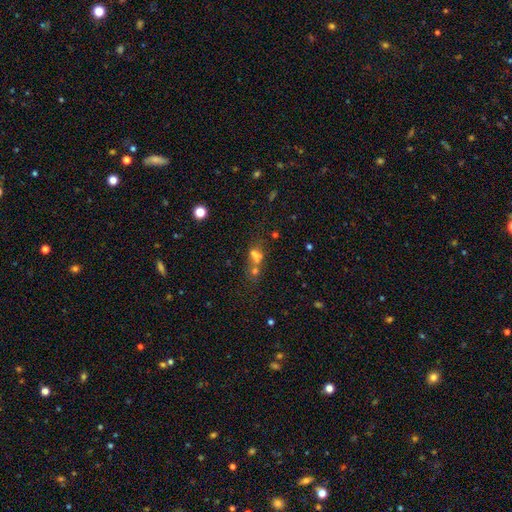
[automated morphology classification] Overall: smooth (60%; star or artifact 22%). How rounded: in between (60%; round 34%). Merging: merger (52%; none 29%).